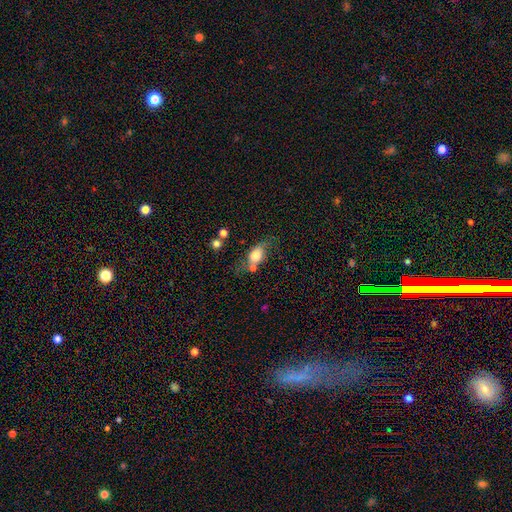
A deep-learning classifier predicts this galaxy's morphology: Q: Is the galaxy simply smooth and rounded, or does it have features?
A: smooth — 72%.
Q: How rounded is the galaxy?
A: in between — 74%.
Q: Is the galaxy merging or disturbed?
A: none — 47%.